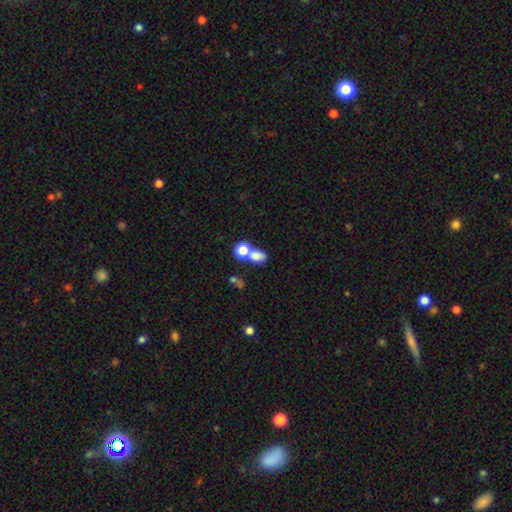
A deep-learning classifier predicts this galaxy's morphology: smooth-or-featured: smooth: 76% | star or artifact: 12% | featured or disk: 11%
  how-rounded: in between: 58% | round: 40% | cigar-shaped: 2%
  merging: merger: 53% | none: 34% | minor disturbance: 8% | major disturbance: 6%